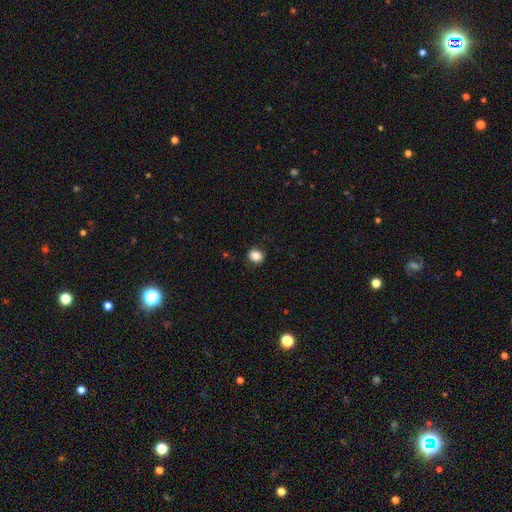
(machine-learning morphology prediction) A smooth galaxy with no disk features (85%) that is round (68%).

Vote fractions:
- Smooth or featured? smooth: 85% / star or artifact: 10% / featured or disk: 5%
- How rounded? round: 68% / in between: 31% / cigar-shaped: 1%
- Merging? none: 88% / minor disturbance: 9% / major disturbance: 2% / merger: 1%